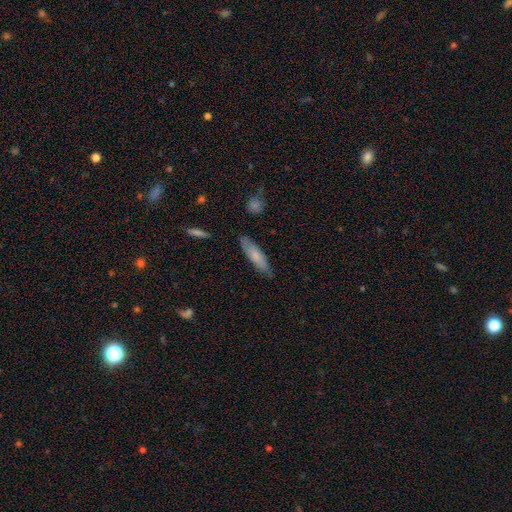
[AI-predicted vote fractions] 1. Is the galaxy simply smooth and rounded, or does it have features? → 74% smooth, 20% featured or disk, 6% star or artifact.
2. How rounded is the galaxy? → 69% cigar-shaped, 30% in between, 2% round.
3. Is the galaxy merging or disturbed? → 81% none, 14% minor disturbance, 3% major disturbance, 2% merger.